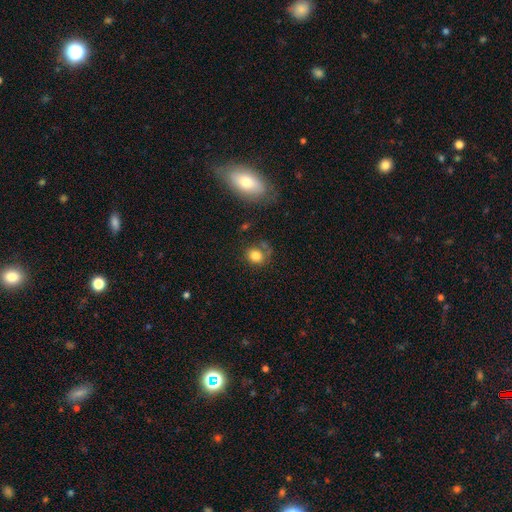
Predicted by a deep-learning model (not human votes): This appears to be a smooth galaxy with no disk features (79%) that is round (67%). Merging: none (60%).